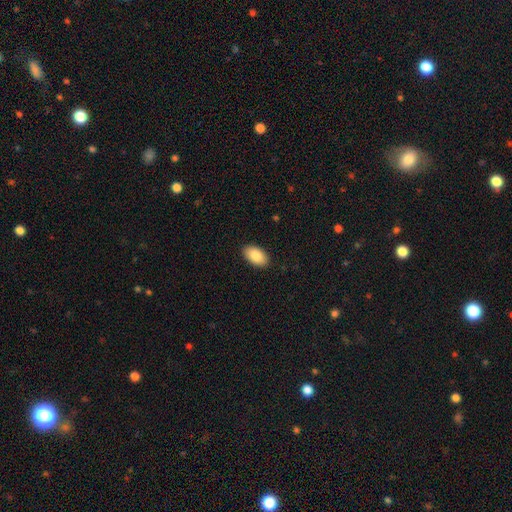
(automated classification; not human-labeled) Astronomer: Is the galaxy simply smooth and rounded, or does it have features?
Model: smooth — 88%.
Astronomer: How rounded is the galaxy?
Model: in between — 95%.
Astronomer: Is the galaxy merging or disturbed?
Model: none — 90%.